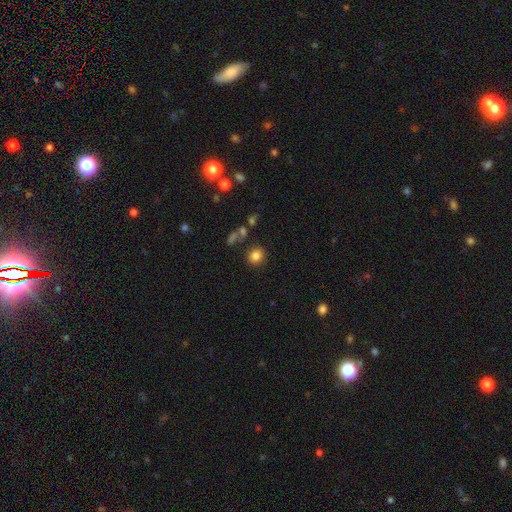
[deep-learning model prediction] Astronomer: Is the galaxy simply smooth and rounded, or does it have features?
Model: smooth — 83%.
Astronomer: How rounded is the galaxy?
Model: round — 78%.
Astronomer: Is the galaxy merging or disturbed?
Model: none — 82%.